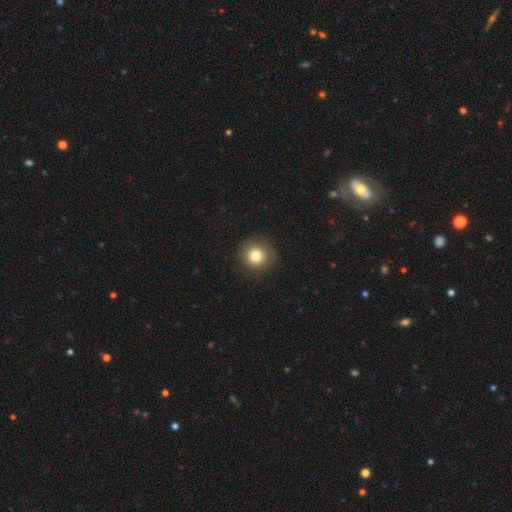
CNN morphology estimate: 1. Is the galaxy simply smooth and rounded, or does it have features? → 81% smooth, 11% star or artifact, 8% featured or disk.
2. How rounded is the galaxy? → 94% round, 5% in between, 1% cigar-shaped.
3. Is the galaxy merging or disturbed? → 89% none, 7% minor disturbance, 3% major disturbance, 1% merger.